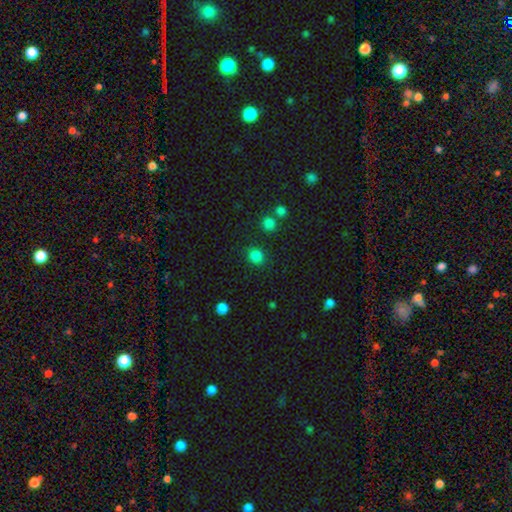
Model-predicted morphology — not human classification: A smooth galaxy with no disk features (84%) that is round (76%). Merging: none (84%).